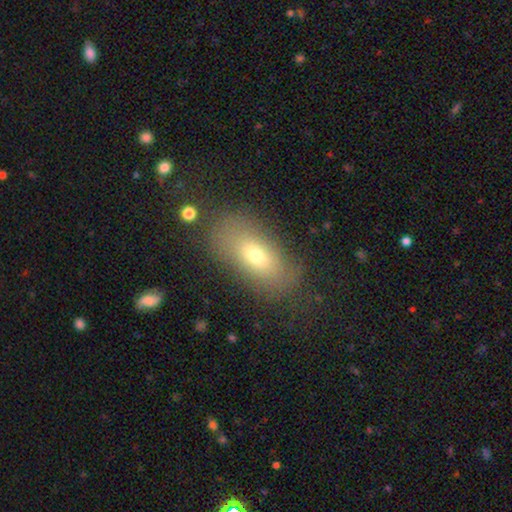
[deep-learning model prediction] Smooth or featured? Predicted: smooth (p=0.67). How rounded? Predicted: in between (p=0.86). Merging? Predicted: none (p=0.76).